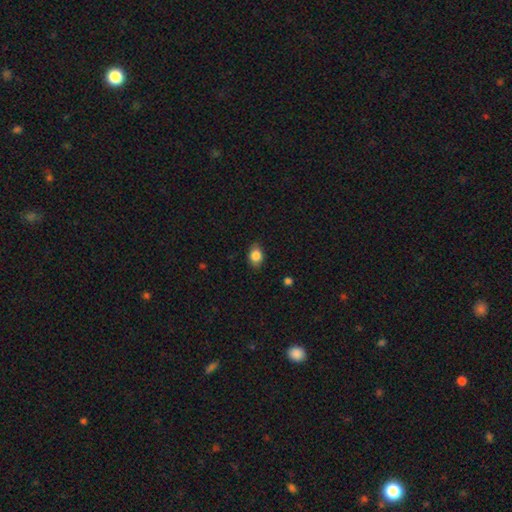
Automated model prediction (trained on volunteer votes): This appears to be a smooth galaxy with no disk features (84%) that is in between round and cigar-shaped (69%). Merging: none (83%).